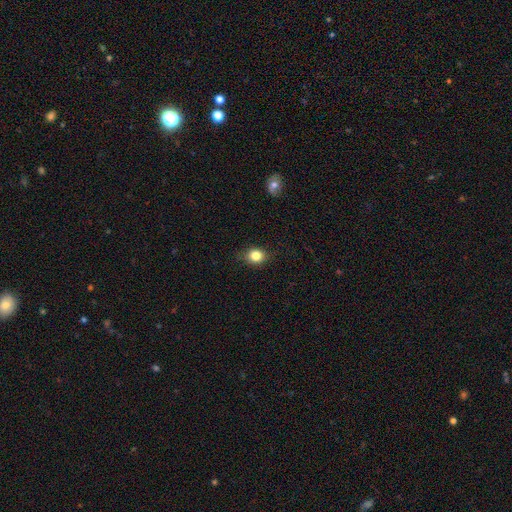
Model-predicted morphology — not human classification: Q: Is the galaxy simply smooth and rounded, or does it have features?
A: smooth — 82%.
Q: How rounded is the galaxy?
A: round — 63%.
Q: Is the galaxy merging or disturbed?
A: none — 83%.